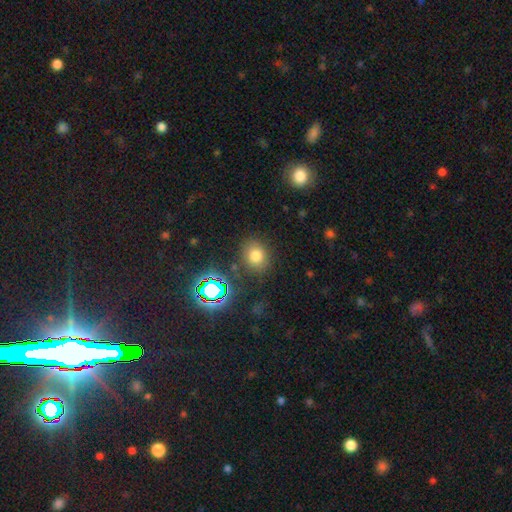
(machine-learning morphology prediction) Smooth or featured?
  - smooth: 72% *
  - star or artifact: 20%
  - featured or disk: 8%
How rounded?
  - round: 70% *
  - in between: 29%
  - cigar-shaped: 1%
Merging?
  - none: 81% *
  - minor disturbance: 11%
  - major disturbance: 4%
  - merger: 4%